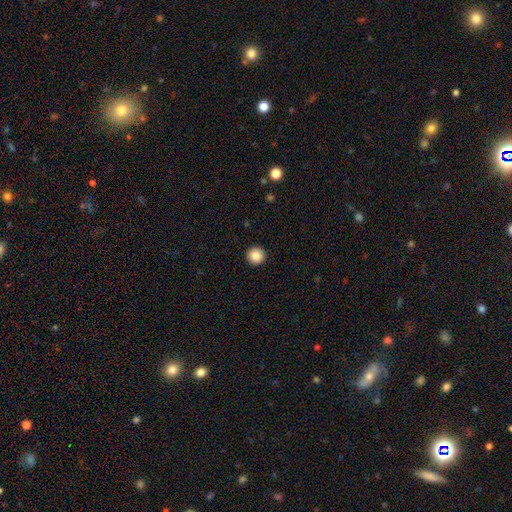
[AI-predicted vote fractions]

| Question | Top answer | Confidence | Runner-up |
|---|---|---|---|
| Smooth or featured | smooth | 88% | star or artifact (9%) |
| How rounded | round | 97% | in between (2%) |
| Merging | none | 94% | minor disturbance (4%) |